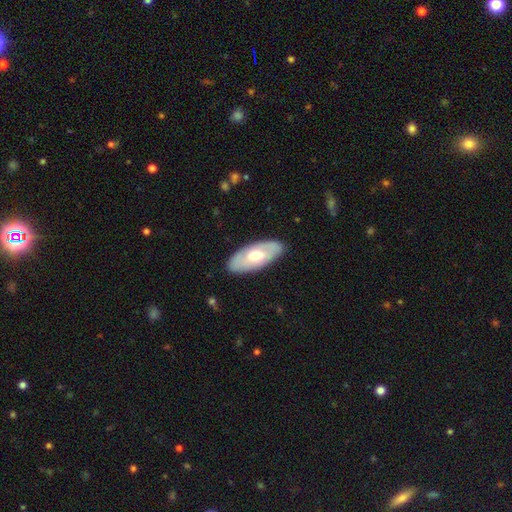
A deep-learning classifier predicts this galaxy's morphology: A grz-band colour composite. It shows a smooth galaxy with no disk features (52%) that is in between round and cigar-shaped (87%). Merging: none (87%).